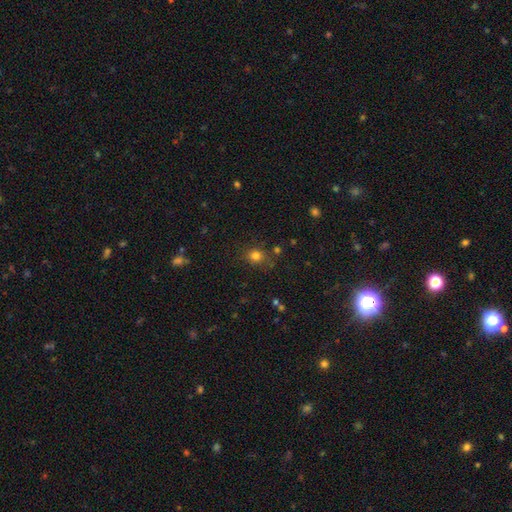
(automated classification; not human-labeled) Morphology: type=smooth (78%); roundness=round (79%); merging=none (79%).